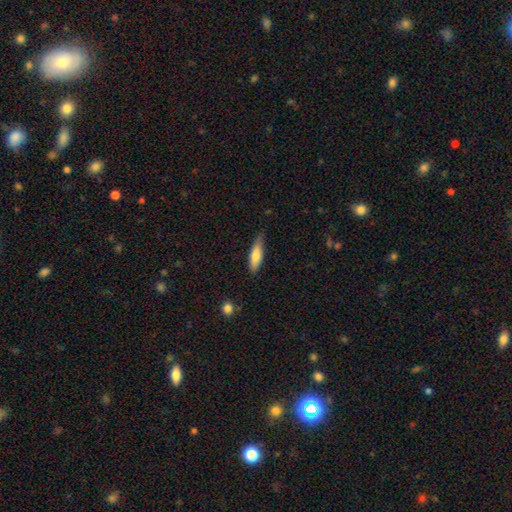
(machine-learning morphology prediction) This appears to be a smooth galaxy with no disk features (74%) that is cigar-shaped (62%). Merging: none (68%).